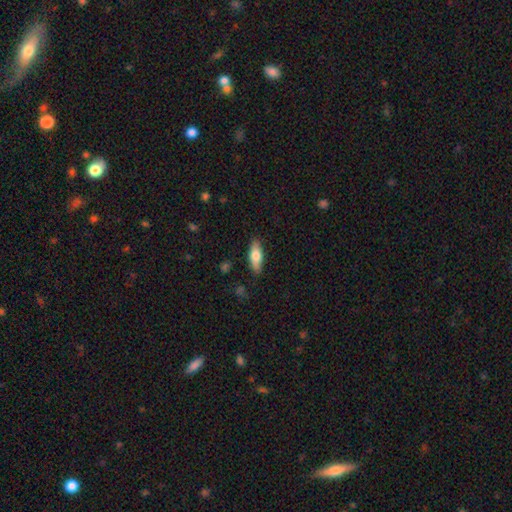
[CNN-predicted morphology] The model was most divided on "how rounded": in between: 66%, cigar-shaped: 31%, round: 3%. More confident: merging — none (86%); smooth or featured — smooth (70%).